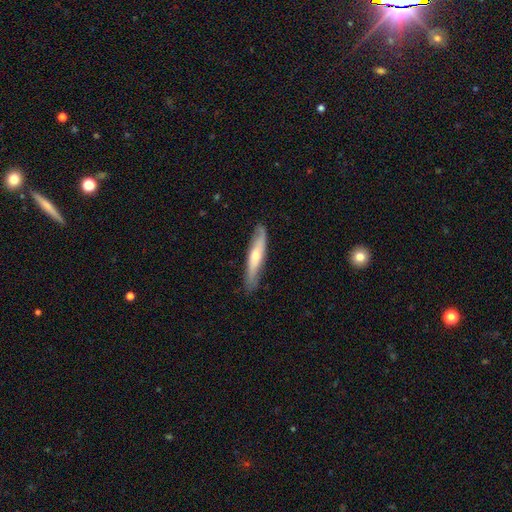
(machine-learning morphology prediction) Smooth or featured: smooth — 50% (featured or disk — 45%)
How rounded: cigar-shaped — 87% (in between — 11%)
Merging: none — 81% (minor disturbance — 15%)